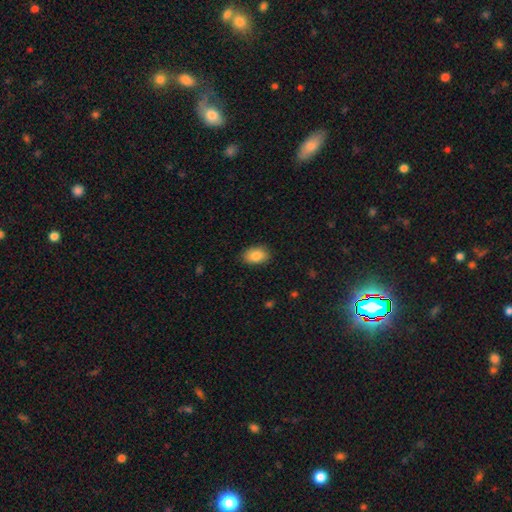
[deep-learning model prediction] This is clearly a smooth galaxy (86%). How rounded: clearly in between (87%). Merging: clearly none (86%).